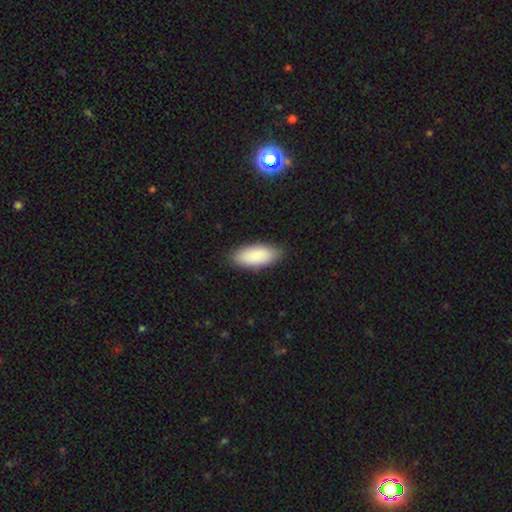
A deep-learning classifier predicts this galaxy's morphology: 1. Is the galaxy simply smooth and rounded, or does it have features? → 89% smooth, 6% star or artifact, 5% featured or disk.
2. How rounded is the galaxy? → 87% in between, 11% cigar-shaped, 2% round.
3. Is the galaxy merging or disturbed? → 86% none, 11% minor disturbance, 2% major disturbance, 1% merger.